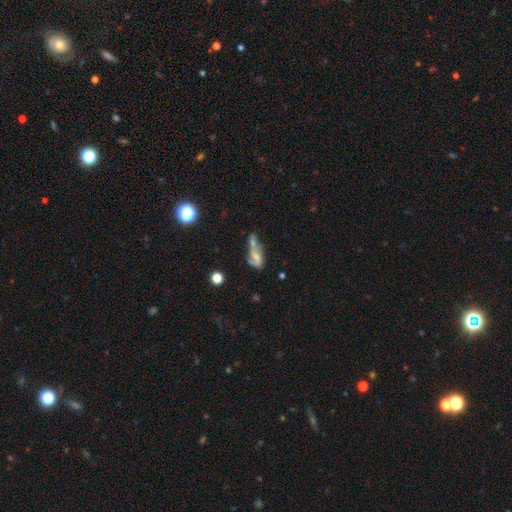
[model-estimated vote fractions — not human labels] Morphology: type=featured or disk (48%); merging=merger (39%).